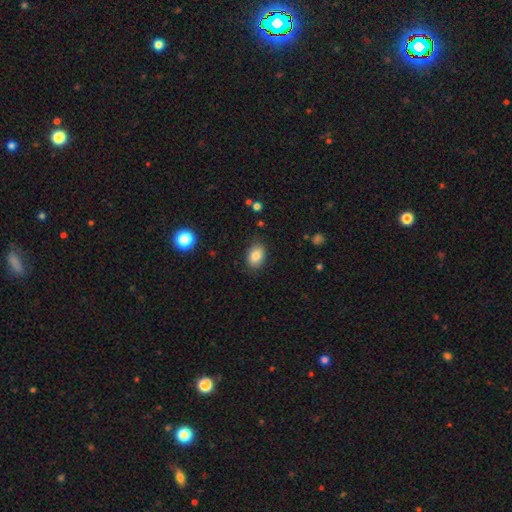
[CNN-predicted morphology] Smooth or featured? smooth (84%)
How rounded? in between (76%)
Merging? none (84%)